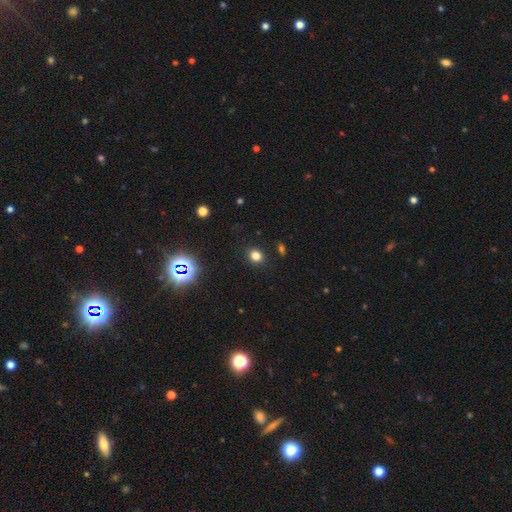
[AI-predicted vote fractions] smooth_or_featured: smooth (p=0.78) [alt: star or artifact p=0.17]
how_rounded: round (p=0.65) [alt: in between p=0.34]
merging: none (p=0.88) [alt: minor disturbance p=0.08]